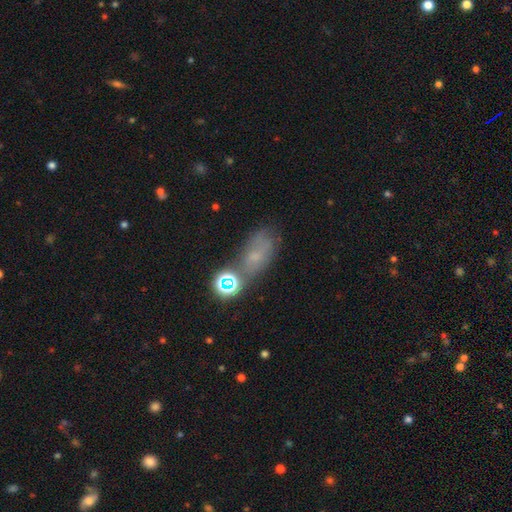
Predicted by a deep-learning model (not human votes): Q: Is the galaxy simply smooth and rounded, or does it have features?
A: smooth — 45%.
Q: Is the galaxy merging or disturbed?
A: none — 49%.